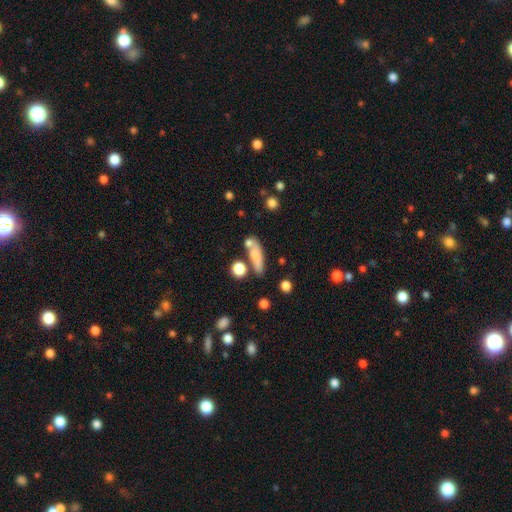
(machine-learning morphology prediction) smooth-or-featured: smooth: 72% | featured or disk: 19% | star or artifact: 9%
  how-rounded: cigar-shaped: 55% | in between: 39% | round: 7%
  merging: none: 57% | merger: 19% | minor disturbance: 17% | major disturbance: 7%